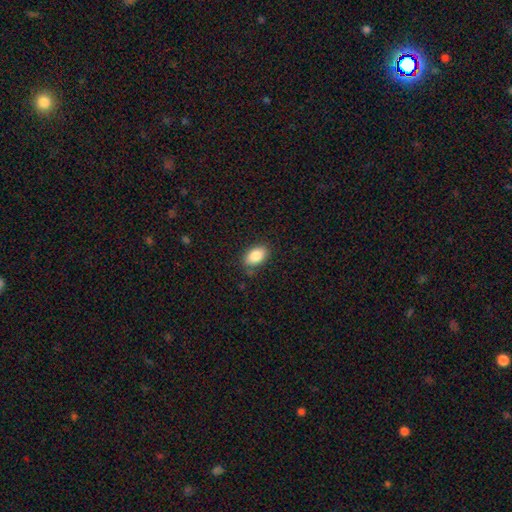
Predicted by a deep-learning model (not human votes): Overall: smooth (87%). How rounded: in between (90%). Merging: none (80%).